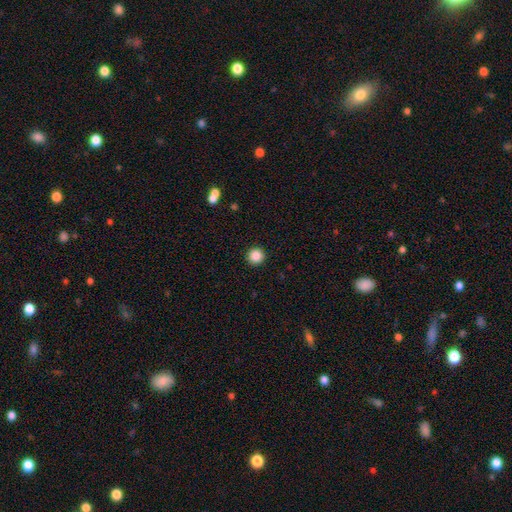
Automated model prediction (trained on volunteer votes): A smooth galaxy with no disk features (87%) that is round (95%). Merging: none (93%).